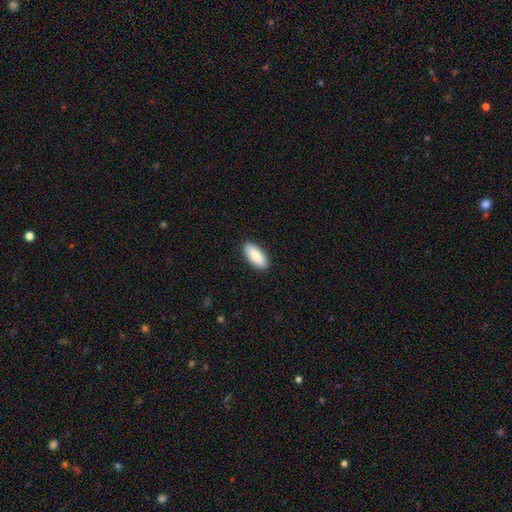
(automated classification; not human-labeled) smooth 88%, featured or disk 7%, star or artifact 5%. Down the decision tree: how rounded — in between (84%); merging — none (91%).